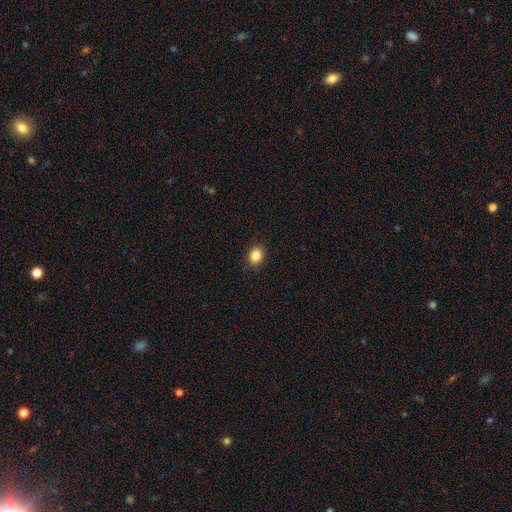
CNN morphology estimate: smooth-or-featured: smooth: 86% | star or artifact: 10% | featured or disk: 4%
  how-rounded: round: 59% | in between: 40% | cigar-shaped: 1%
  merging: none: 90% | minor disturbance: 7% | major disturbance: 2% | merger: 1%